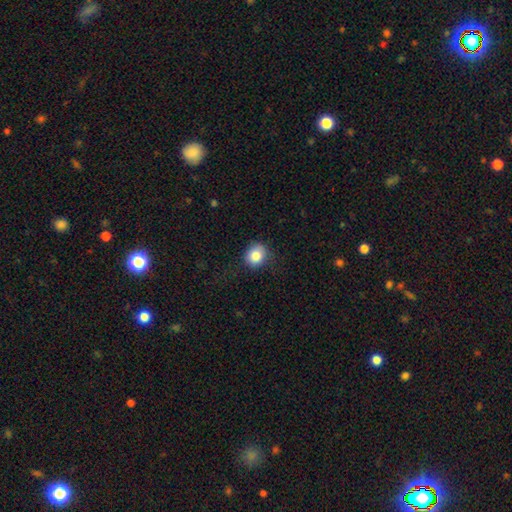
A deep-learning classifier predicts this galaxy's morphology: Smooth or featured?
  - smooth: 84% *
  - star or artifact: 10%
  - featured or disk: 6%
How rounded?
  - round: 75% *
  - in between: 24%
  - cigar-shaped: 1%
Merging?
  - none: 79% *
  - minor disturbance: 16%
  - major disturbance: 5%
  - merger: 1%